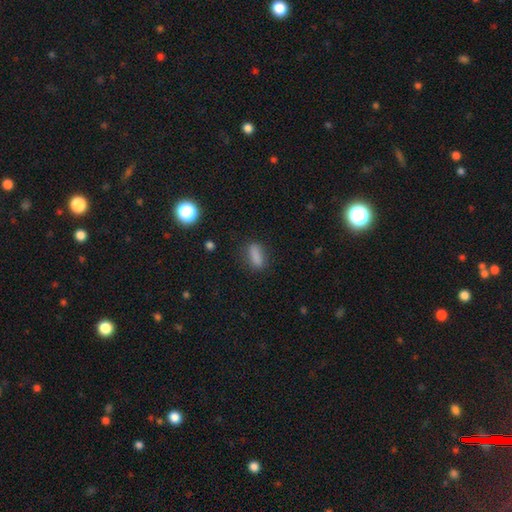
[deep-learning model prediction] The model was most divided on "how rounded": in between: 68%, cigar-shaped: 27%, round: 5%. More confident: smooth or featured — smooth (83%); merging — none (77%).